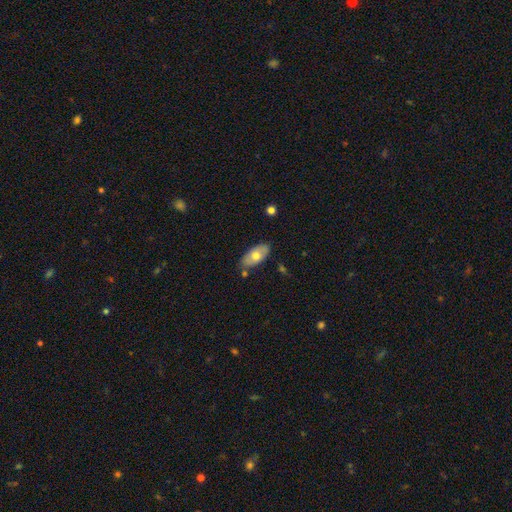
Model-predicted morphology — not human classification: smooth 62%, featured or disk 31%, star or artifact 6%. Down the decision tree: how rounded — in between (91%); merging — none (77%).